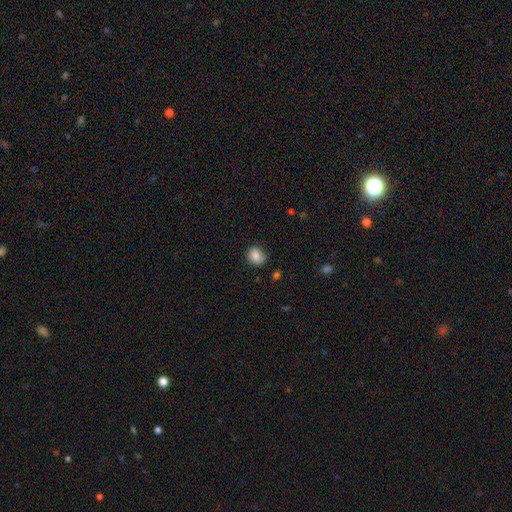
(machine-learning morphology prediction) Smooth or featured?
  - smooth: 83% *
  - star or artifact: 9%
  - featured or disk: 8%
How rounded?
  - round: 68% *
  - in between: 31%
  - cigar-shaped: 1%
Merging?
  - none: 80% *
  - minor disturbance: 16%
  - major disturbance: 3%
  - merger: 1%